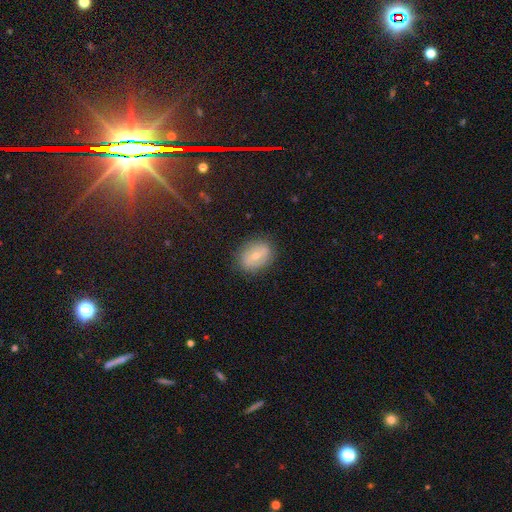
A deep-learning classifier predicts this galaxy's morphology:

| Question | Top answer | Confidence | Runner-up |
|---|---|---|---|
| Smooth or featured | featured or disk | 48% | smooth (44%) |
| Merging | none | 84% | minor disturbance (12%) |